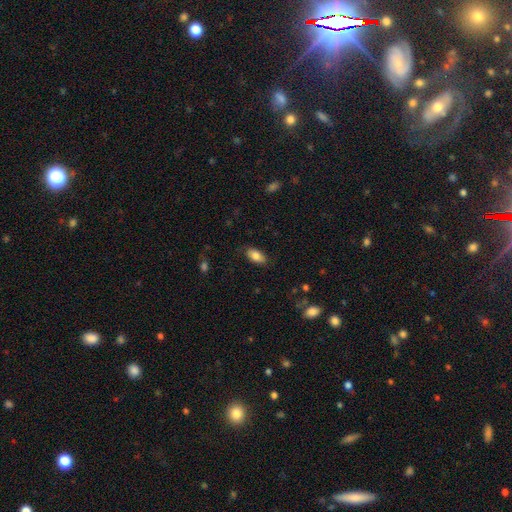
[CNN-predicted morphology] A smooth galaxy with no disk features (82%) that is in between round and cigar-shaped (93%).

Vote fractions:
- Smooth or featured? smooth: 82% / featured or disk: 11% / star or artifact: 7%
- How rounded? in between: 93% / round: 4% / cigar-shaped: 3%
- Merging? none: 82% / minor disturbance: 14% / major disturbance: 4% / merger: 1%